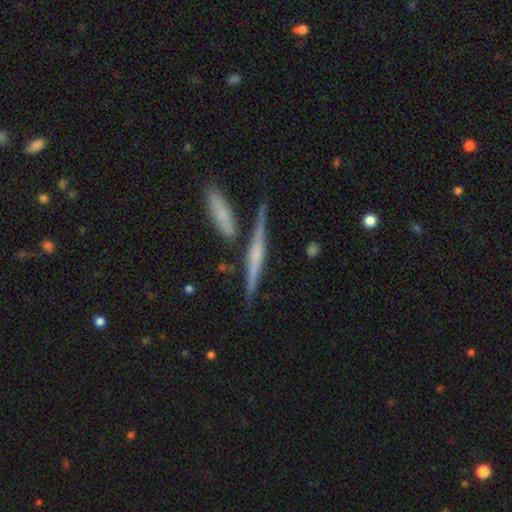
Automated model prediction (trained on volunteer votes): This is likely a featured or disk galaxy (73%). It is clearly viewed edge-on (97%). Edge-on bulge: possibly rounded (56%). Merging: likely none (78%).